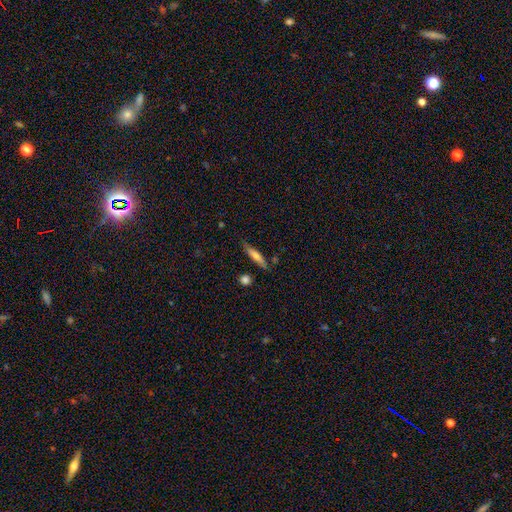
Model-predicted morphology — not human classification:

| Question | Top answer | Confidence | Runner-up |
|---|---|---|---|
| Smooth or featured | smooth | 63% | featured or disk (31%) |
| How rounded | cigar-shaped | 86% | in between (12%) |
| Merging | none | 80% | minor disturbance (14%) |